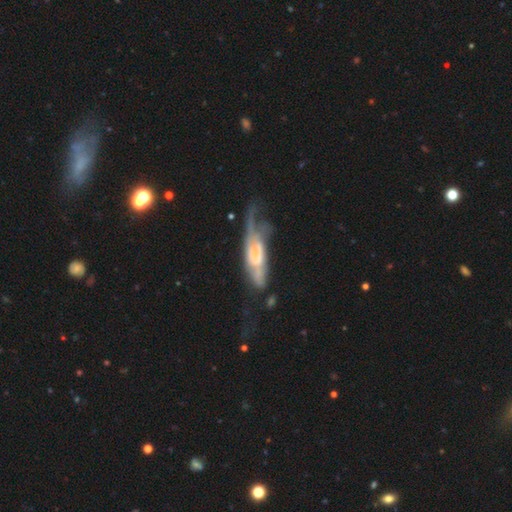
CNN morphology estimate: A featured or disk galaxy (62%). Merging: major disturbance (45%).